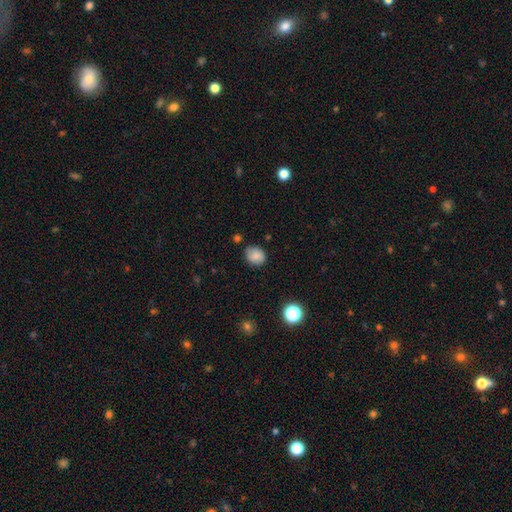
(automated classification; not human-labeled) Smooth or featured? smooth (81%)
How rounded? round (62%)
Merging? none (73%)